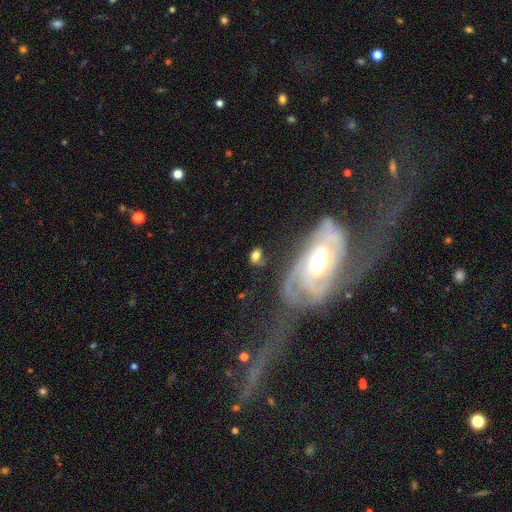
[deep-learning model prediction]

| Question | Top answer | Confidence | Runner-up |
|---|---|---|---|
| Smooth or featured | smooth | 61% | featured or disk (29%) |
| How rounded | in between | 73% | round (23%) |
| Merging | none | 62% | minor disturbance (18%) |